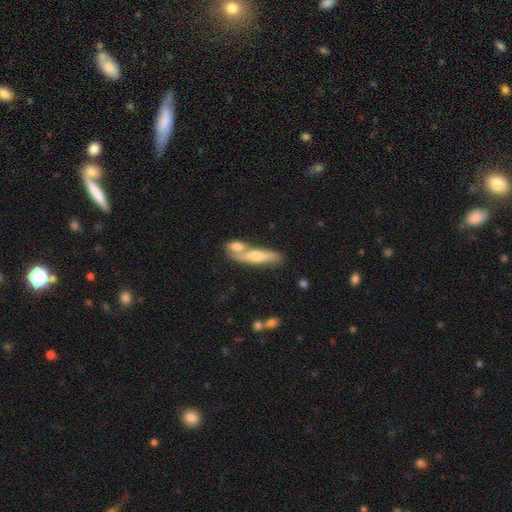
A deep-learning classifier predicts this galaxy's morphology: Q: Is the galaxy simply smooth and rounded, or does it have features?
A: smooth — 51%.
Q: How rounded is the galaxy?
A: cigar-shaped — 65%.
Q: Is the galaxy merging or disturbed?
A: merger — 46%.